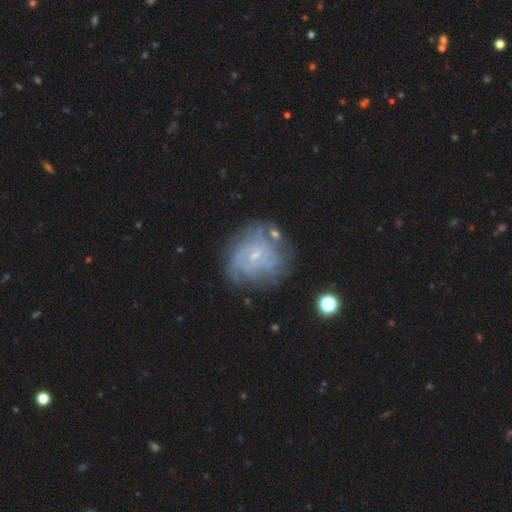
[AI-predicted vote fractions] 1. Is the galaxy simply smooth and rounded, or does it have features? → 76% featured or disk, 15% smooth, 9% star or artifact.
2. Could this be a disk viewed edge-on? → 98% no, 2% yes.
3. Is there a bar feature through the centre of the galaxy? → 51% no, 42% weak, 8% strong.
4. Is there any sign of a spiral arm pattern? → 86% yes, 14% no.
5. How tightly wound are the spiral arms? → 66% tight, 26% medium, 8% loose.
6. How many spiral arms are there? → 49% can't tell, 16% 2, 13% 3, 11% 4, 6% more than 4, 5% 1.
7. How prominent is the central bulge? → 77% small, 14% moderate, 7% none, 1% large, 1% dominant.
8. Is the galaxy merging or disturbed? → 66% none, 19% minor disturbance, 10% major disturbance, 5% merger.